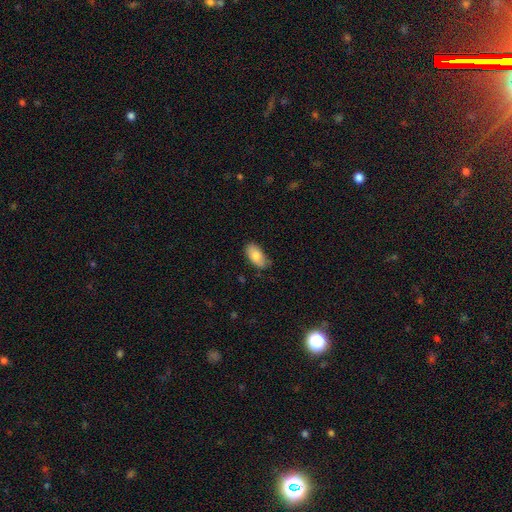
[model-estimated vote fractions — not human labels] Q: Smooth or featured?
A: smooth (83%); runner-up: featured or disk (10%)
Q: How rounded?
A: in between (93%); runner-up: cigar-shaped (4%)
Q: Merging?
A: none (74%); runner-up: minor disturbance (21%)